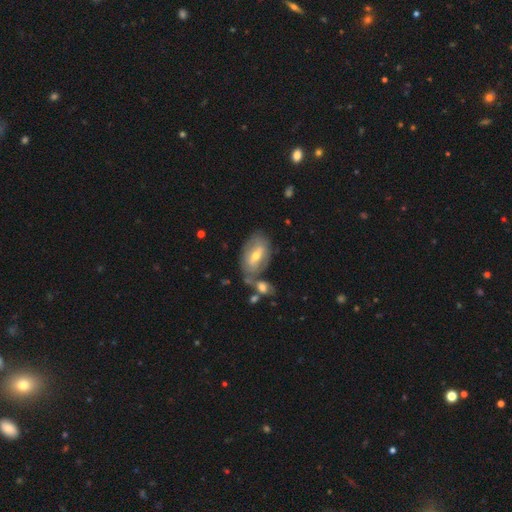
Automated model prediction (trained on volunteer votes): This appears to be a featured or disk galaxy (60%) with a weak bar (42%), no spiral arms (51%) and a moderate central bulge (59%). Merging: none (55%).